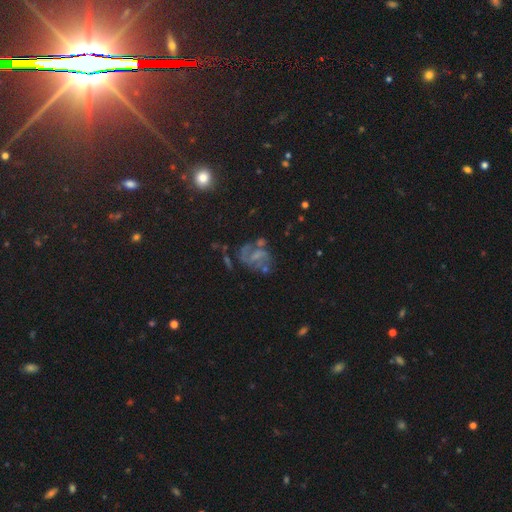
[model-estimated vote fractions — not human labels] The model was most divided on "bulge size": small: 40%, none: 37%, moderate: 20%, large: 3%, dominant: 1%. Remaining: edge-on disk — no (98%); spiral arms — yes (81%); smooth or featured — featured or disk (68%); spiral arm count — 2 (68%); merging — none (50%); spiral winding — medium (48%); bar — weak (46%).